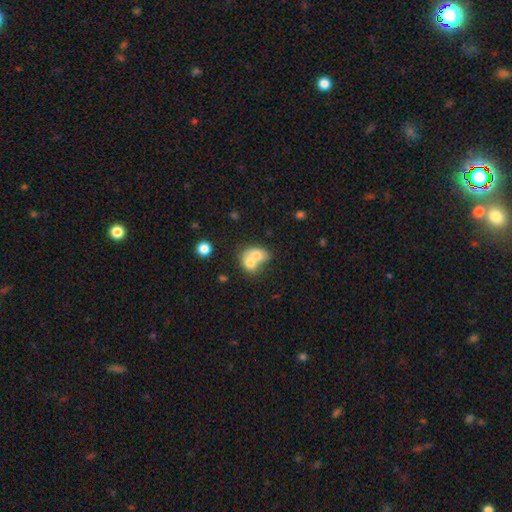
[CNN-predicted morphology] Smooth or featured? Predicted: smooth (p=0.69). How rounded? Predicted: in between (p=0.57). Merging? Predicted: merger (p=0.75).